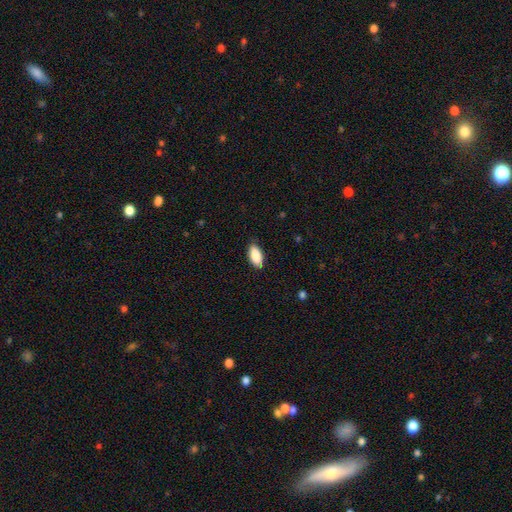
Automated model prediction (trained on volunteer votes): A smooth galaxy with no disk features (88%) that is in between round and cigar-shaped (89%).

Vote fractions:
- Smooth or featured? smooth: 88% / star or artifact: 6% / featured or disk: 6%
- How rounded? in between: 89% / cigar-shaped: 9% / round: 2%
- Merging? none: 84% / minor disturbance: 12% / major disturbance: 2% / merger: 1%